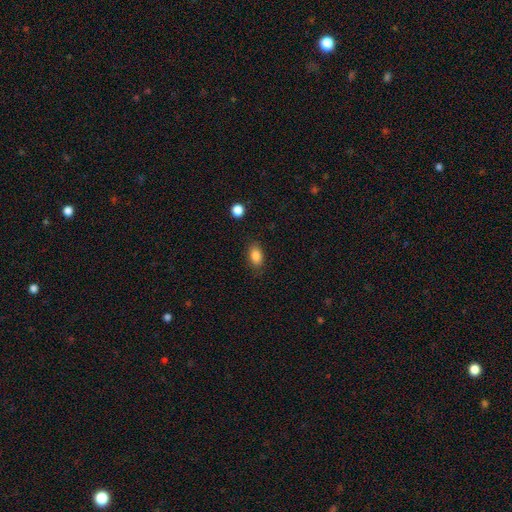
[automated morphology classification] Smooth or featured: smooth — 86% (star or artifact — 9%)
How rounded: in between — 87% (round — 11%)
Merging: none — 85% (minor disturbance — 11%)